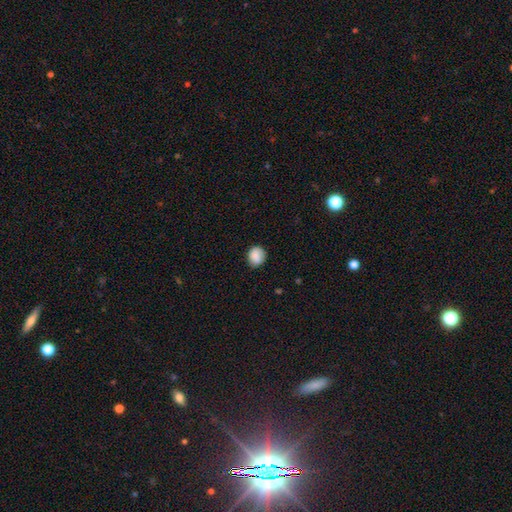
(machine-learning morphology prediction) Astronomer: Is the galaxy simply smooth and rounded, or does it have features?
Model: smooth — 86%.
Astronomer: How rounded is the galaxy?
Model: round — 68%.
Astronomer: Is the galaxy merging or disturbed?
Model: none — 81%.